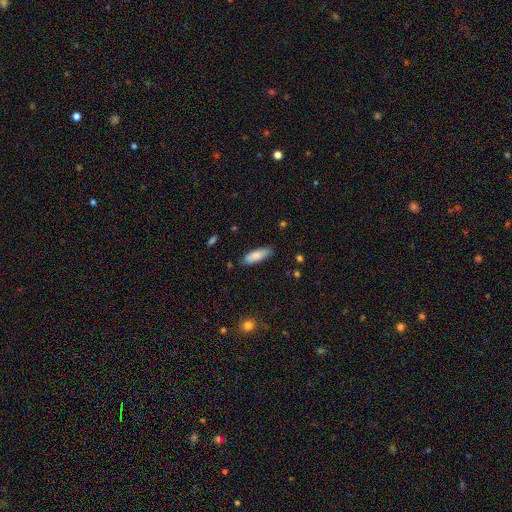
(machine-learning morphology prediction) smooth-or-featured: smooth: 81% | featured or disk: 13% | star or artifact: 6%
  how-rounded: in between: 61% | cigar-shaped: 38% | round: 2%
  merging: none: 82% | minor disturbance: 14% | major disturbance: 2% | merger: 2%